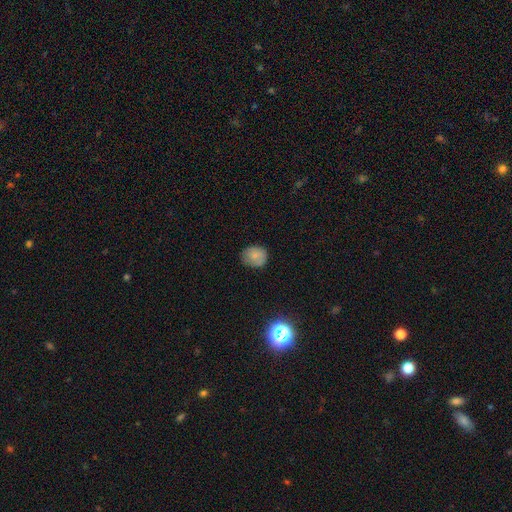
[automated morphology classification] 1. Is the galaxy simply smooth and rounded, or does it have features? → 80% smooth, 12% star or artifact, 9% featured or disk.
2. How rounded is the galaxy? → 65% round, 34% in between, 1% cigar-shaped.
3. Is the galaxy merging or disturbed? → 74% none, 20% minor disturbance, 4% major disturbance, 1% merger.